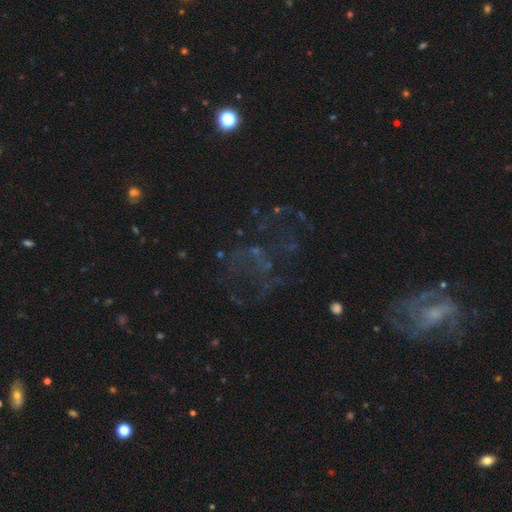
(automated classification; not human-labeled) This is possibly a featured or disk galaxy (46%). Merging: possibly none (52%).